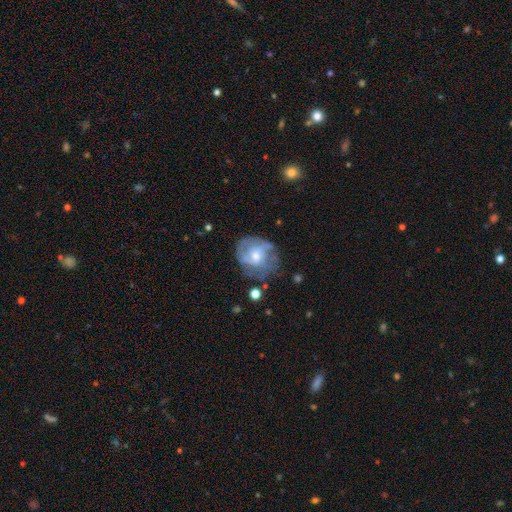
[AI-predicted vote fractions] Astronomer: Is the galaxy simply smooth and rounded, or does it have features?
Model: featured or disk — 64%.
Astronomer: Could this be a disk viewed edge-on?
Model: no — 97%.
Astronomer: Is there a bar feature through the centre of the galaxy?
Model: no — 66%.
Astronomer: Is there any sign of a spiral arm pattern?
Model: yes — 68%.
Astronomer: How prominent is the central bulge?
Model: moderate — 52% (runner-up: small, 38%).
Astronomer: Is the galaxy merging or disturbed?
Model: none — 54%.